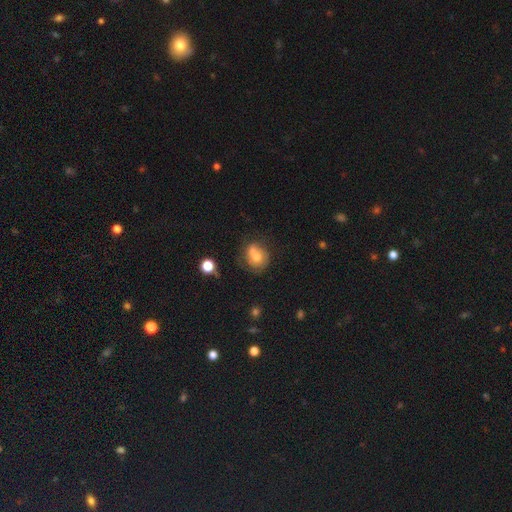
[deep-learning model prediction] This appears to be a smooth galaxy with no disk features (59%) that is round (65%). Merging: merger (44%).